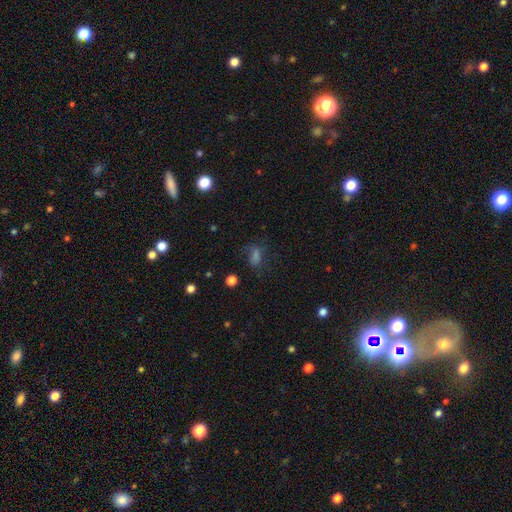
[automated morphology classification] Overall: smooth (51%; star or artifact 28%). How rounded: in between (72%). Merging: none (56%; minor disturbance 21%).